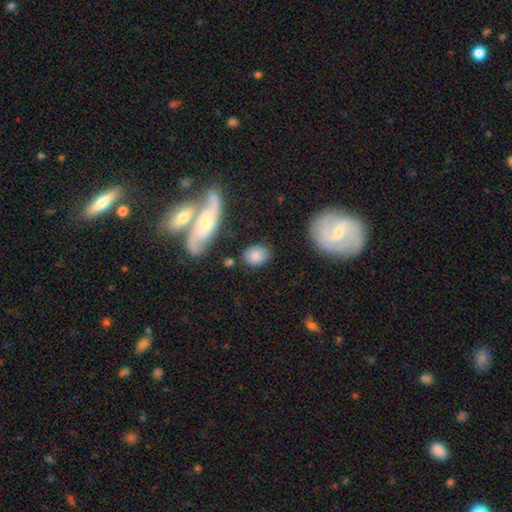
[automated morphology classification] Q: Smooth or featured?
A: smooth (79%); runner-up: featured or disk (13%)
Q: How rounded?
A: in between (57%); runner-up: round (41%)
Q: Merging?
A: none (77%); runner-up: minor disturbance (13%)